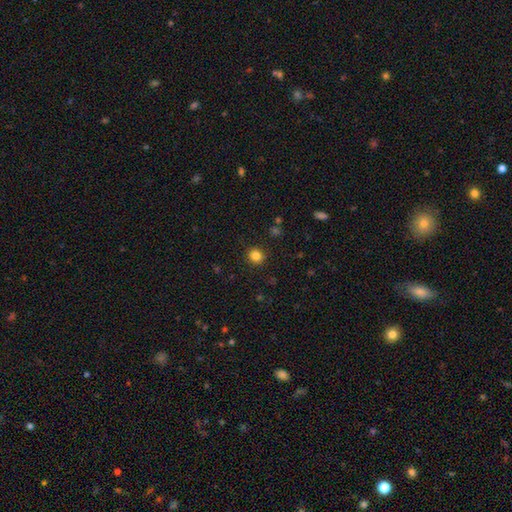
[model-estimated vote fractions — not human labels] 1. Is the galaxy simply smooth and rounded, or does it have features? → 83% smooth, 13% star or artifact, 4% featured or disk.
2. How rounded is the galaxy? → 89% round, 10% in between, 1% cigar-shaped.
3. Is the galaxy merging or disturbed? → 90% none, 6% minor disturbance, 2% major disturbance, 1% merger.